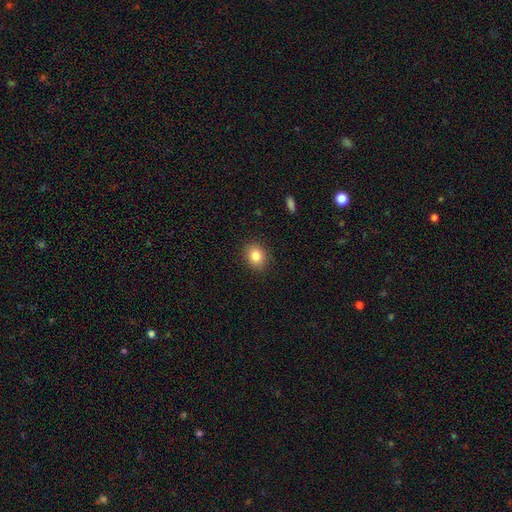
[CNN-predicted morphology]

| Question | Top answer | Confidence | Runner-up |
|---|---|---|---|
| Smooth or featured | smooth | 84% | star or artifact (10%) |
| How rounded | round | 57% | in between (42%) |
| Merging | none | 89% | minor disturbance (8%) |